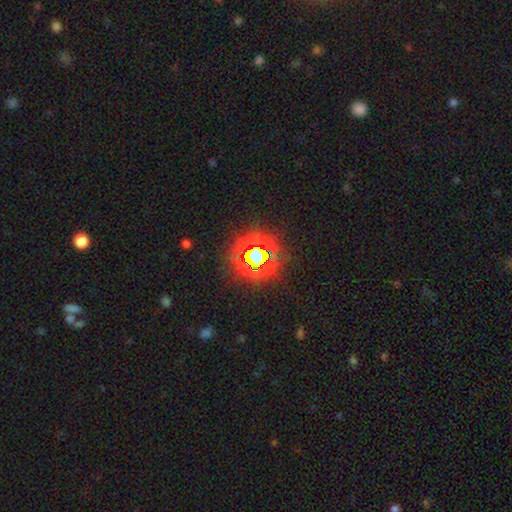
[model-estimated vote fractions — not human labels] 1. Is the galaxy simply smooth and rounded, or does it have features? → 74% star or artifact, 15% smooth, 10% featured or disk.